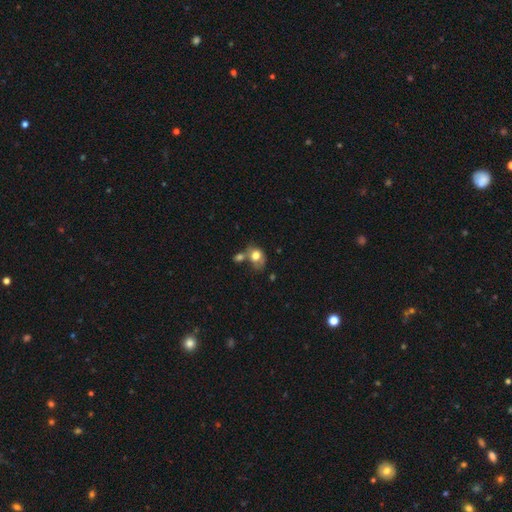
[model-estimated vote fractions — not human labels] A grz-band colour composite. It shows a smooth galaxy with no disk features (75%) that is in between round and cigar-shaped (58%). Merging: merger (40%).